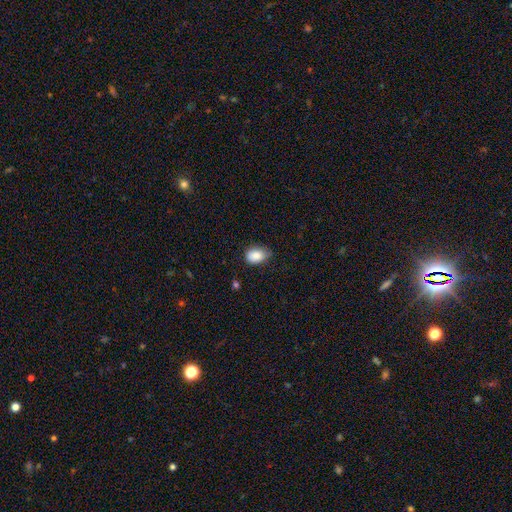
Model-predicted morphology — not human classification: Smooth or featured?
  - smooth: 86% *
  - star or artifact: 8%
  - featured or disk: 6%
How rounded?
  - in between: 80% *
  - round: 19%
  - cigar-shaped: 1%
Merging?
  - none: 59% *
  - minor disturbance: 34%
  - major disturbance: 6%
  - merger: 2%